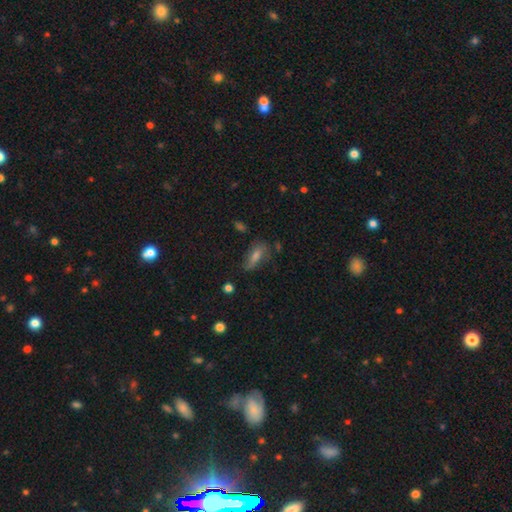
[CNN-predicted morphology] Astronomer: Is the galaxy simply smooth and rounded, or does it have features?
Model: smooth — 55%.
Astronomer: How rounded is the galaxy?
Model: in between — 67%.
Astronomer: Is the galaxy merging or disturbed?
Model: none — 59%.